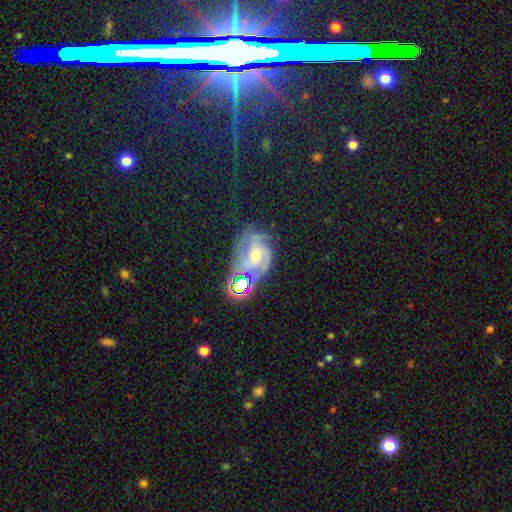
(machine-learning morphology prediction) Smooth or featured? featured or disk (67%)
Edge-on disk? no (97%)
Bar? no (53%)
Spiral arms? yes (94%)
Spiral winding? tight (45%)
Spiral arm count? 3 (32%)
Bulge size? moderate (53%)
Merging? none (58%)